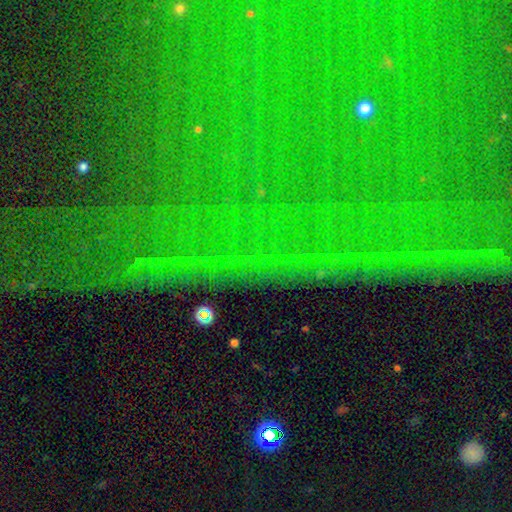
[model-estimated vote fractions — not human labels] A star or artifact, not a galaxy (79%).